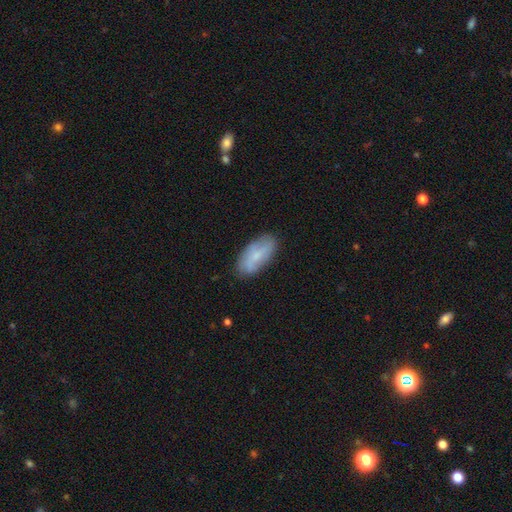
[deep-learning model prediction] Overall: smooth (58%; featured or disk 35%). How rounded: in between (87%). Merging: none (79%).